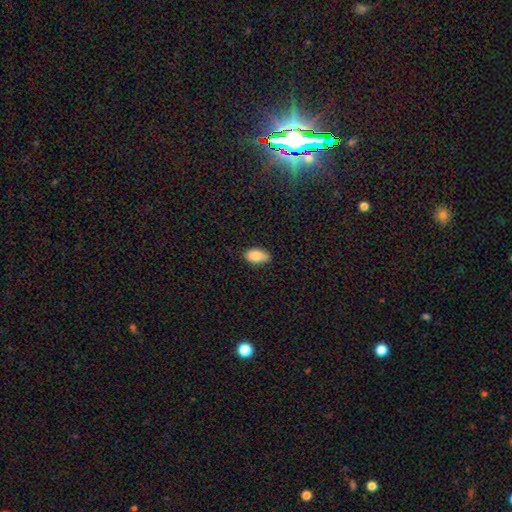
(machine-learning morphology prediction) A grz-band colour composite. It shows a smooth galaxy with no disk features (88%) that is in between round and cigar-shaped (94%). Merging: none (78%).